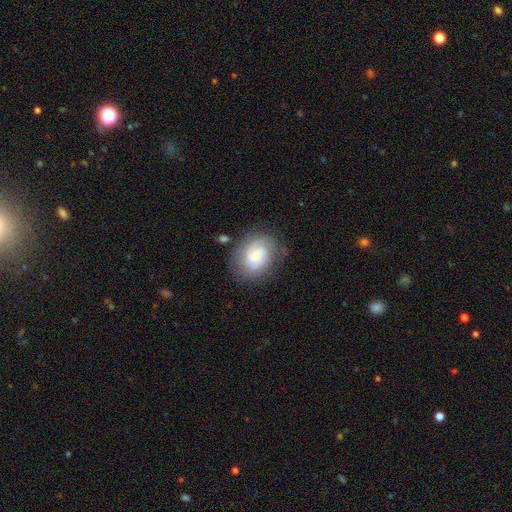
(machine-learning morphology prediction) Overall: featured or disk (57%; smooth 35%). Edge-on disk: no (97%). Bar: no (66%; weak 30%). Spiral arms: yes (85%). Bulge size: small (57%; moderate 36%). Merging: none (73%).